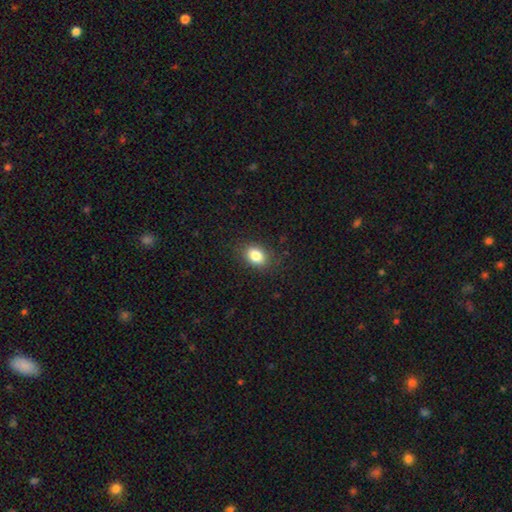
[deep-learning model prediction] smooth 84%, star or artifact 9%, featured or disk 7%. Down the decision tree: how rounded — in between (72%); merging — none (85%).